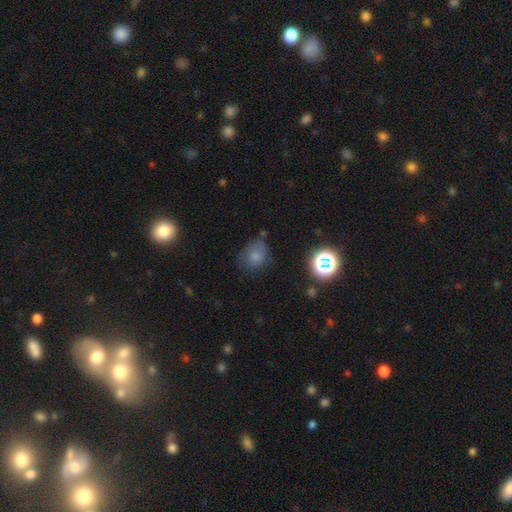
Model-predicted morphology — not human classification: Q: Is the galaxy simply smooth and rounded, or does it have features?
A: smooth — 73%.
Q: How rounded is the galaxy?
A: round — 62%.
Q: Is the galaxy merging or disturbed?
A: none — 56%.